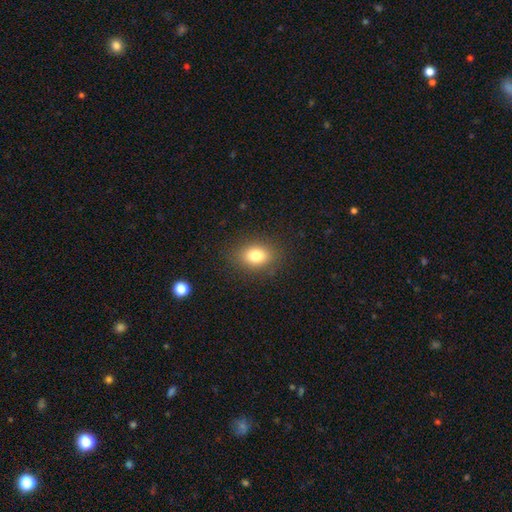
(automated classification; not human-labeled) smooth-or-featured: smooth: 80% | star or artifact: 11% | featured or disk: 9%
  how-rounded: in between: 70% | round: 29% | cigar-shaped: 1%
  merging: none: 87% | minor disturbance: 9% | major disturbance: 3% | merger: 1%